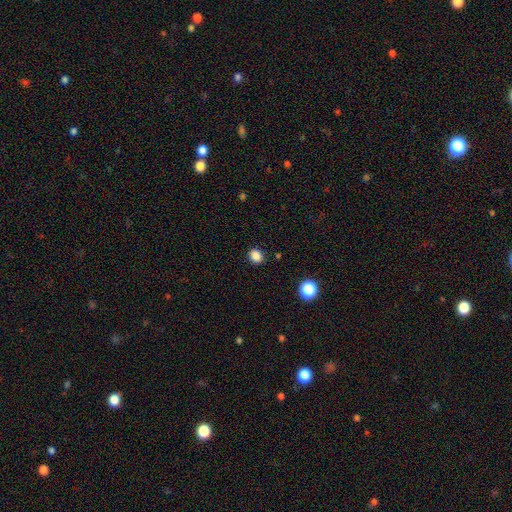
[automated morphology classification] Q: Smooth or featured?
A: smooth (86%); runner-up: star or artifact (11%)
Q: How rounded?
A: round (67%); runner-up: in between (32%)
Q: Merging?
A: none (89%); runner-up: minor disturbance (7%)